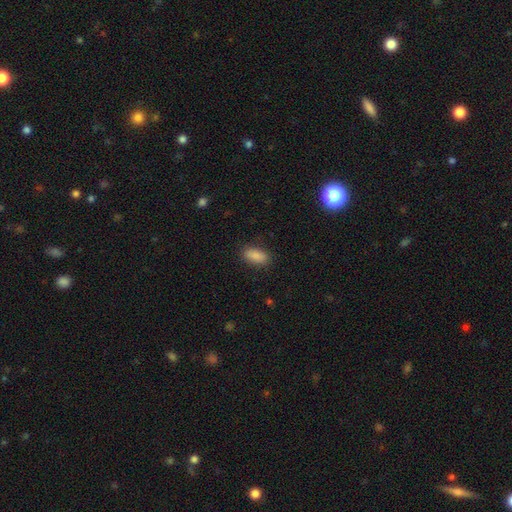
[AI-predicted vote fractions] Smooth or featured: smooth — 88% (star or artifact — 7%)
How rounded: in between — 88% (cigar-shaped — 9%)
Merging: none — 88% (minor disturbance — 9%)